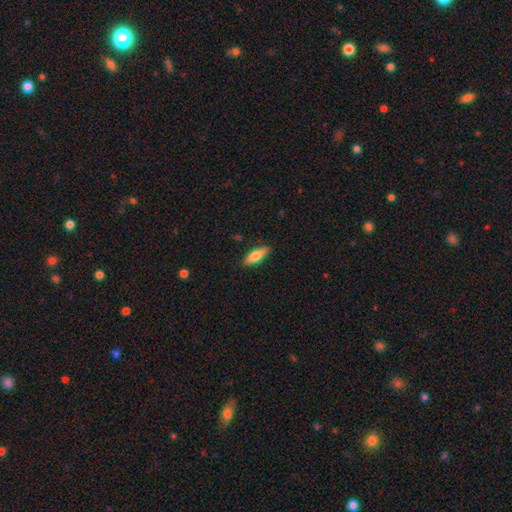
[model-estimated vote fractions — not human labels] Smooth or featured?
  - smooth: 66% *
  - featured or disk: 28%
  - star or artifact: 6%
How rounded?
  - in between: 65% *
  - cigar-shaped: 32%
  - round: 3%
Merging?
  - none: 87% *
  - minor disturbance: 10%
  - major disturbance: 2%
  - merger: 1%